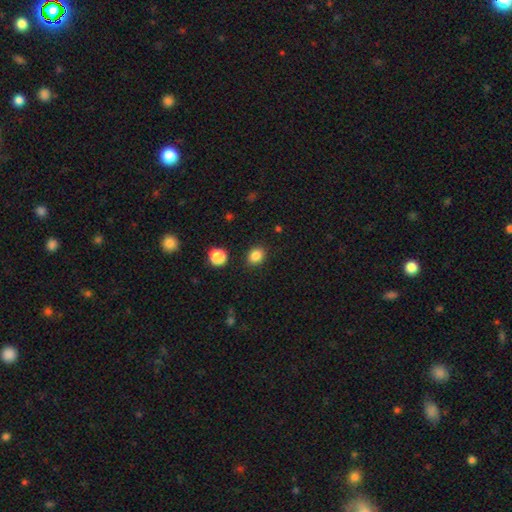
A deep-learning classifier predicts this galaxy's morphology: type=smooth (85%); roundness=round (56%); merging=none (88%).